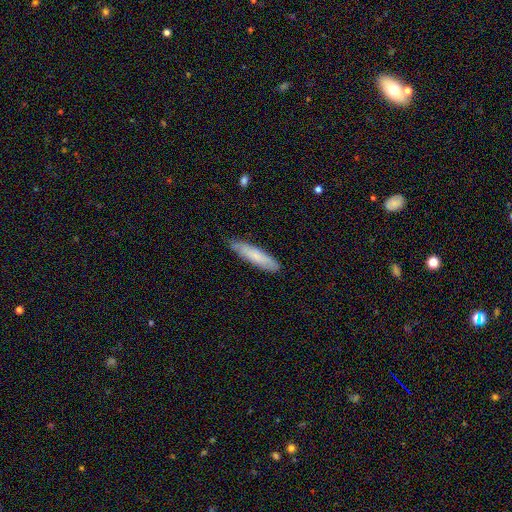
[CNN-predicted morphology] Q: Smooth or featured?
A: smooth (74%); runner-up: featured or disk (20%)
Q: How rounded?
A: cigar-shaped (82%); runner-up: in between (17%)
Q: Merging?
A: none (79%); runner-up: minor disturbance (17%)